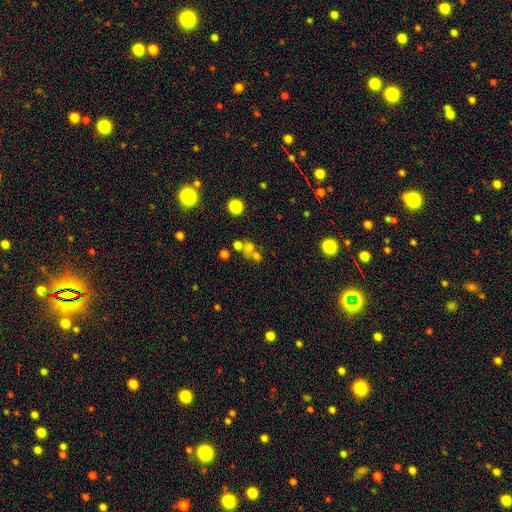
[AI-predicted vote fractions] Smooth or featured? star or artifact (50%)